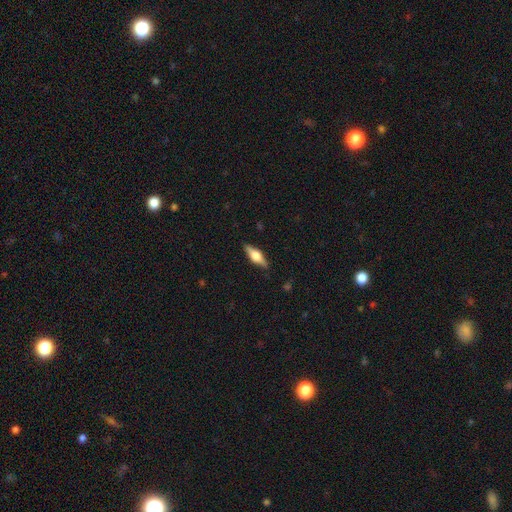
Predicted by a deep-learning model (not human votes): Smooth or featured: featured or disk — 57% (smooth — 37%)
Edge-on disk: yes — 95% (no — 5%)
Edge-on bulge: rounded — 92% (boxy — 7%)
Merging: none — 88% (minor disturbance — 9%)